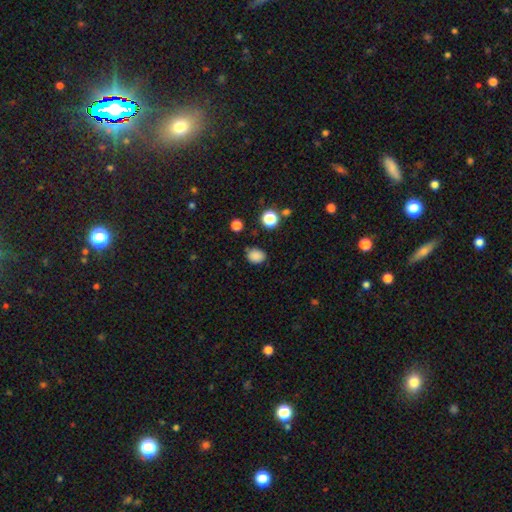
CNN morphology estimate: Smooth or featured?
  - smooth: 84% *
  - star or artifact: 13%
  - featured or disk: 3%
How rounded?
  - round: 53% *
  - in between: 46%
  - cigar-shaped: 1%
Merging?
  - none: 79% *
  - minor disturbance: 15%
  - major disturbance: 3%
  - merger: 3%